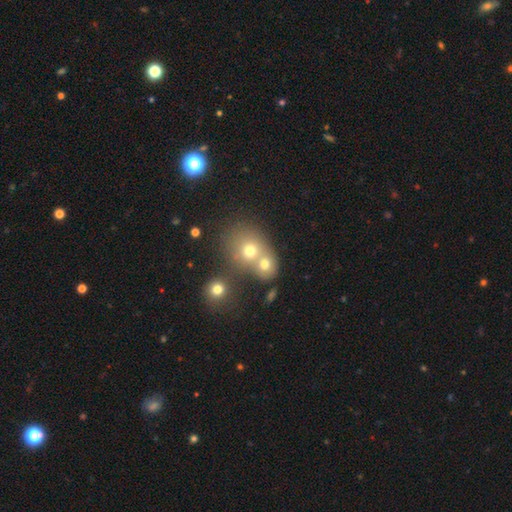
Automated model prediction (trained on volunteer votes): A smooth galaxy with no disk features (58%) that is round (68%). Merging: merger (52%).